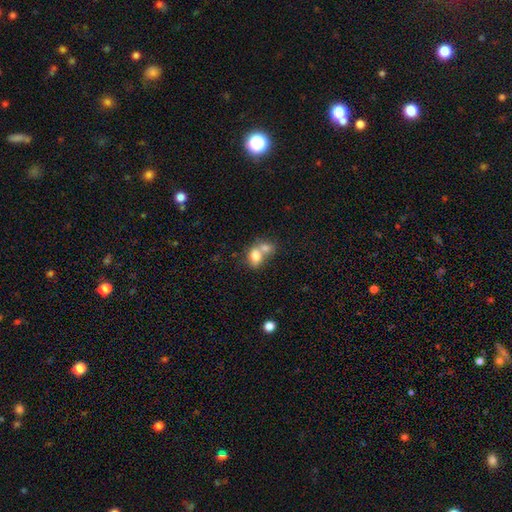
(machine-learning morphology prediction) A smooth galaxy with no disk features (76%) that is in between round and cigar-shaped (63%).

Vote fractions:
- Smooth or featured? smooth: 76% / featured or disk: 16% / star or artifact: 9%
- How rounded? in between: 63% / round: 35% / cigar-shaped: 1%
- Merging? merger: 65% / none: 24% / minor disturbance: 7% / major disturbance: 4%